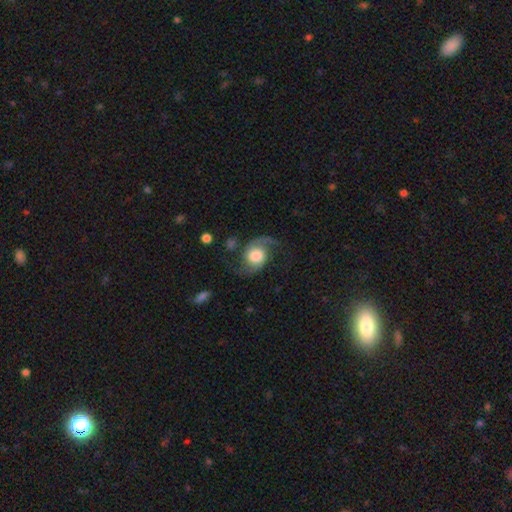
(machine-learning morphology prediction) Q: Smooth or featured?
A: featured or disk (80%); runner-up: smooth (14%)
Q: Edge-on disk?
A: no (97%); runner-up: yes (3%)
Q: Bar?
A: no (71%); runner-up: weak (24%)
Q: Spiral arms?
A: yes (96%); runner-up: no (4%)
Q: Spiral winding?
A: loose (62%); runner-up: medium (31%)
Q: Spiral arm count?
A: 2 (93%); runner-up: 1 (2%)
Q: Bulge size?
A: large (49%); runner-up: moderate (26%)
Q: Merging?
A: none (69%); runner-up: minor disturbance (17%)